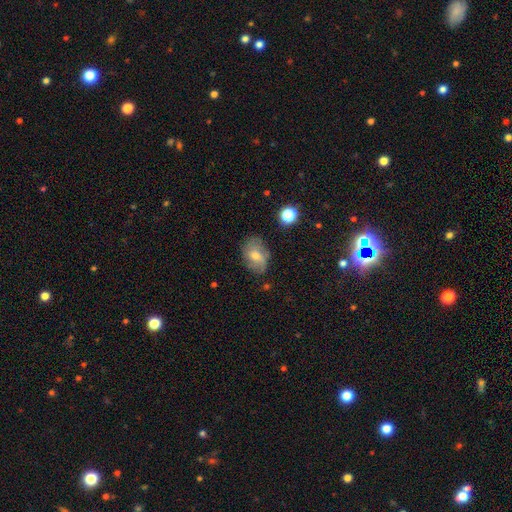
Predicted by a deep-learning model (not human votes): This is possibly a smooth galaxy (55%). How rounded: clearly in between (81%). Merging: likely none (64%).